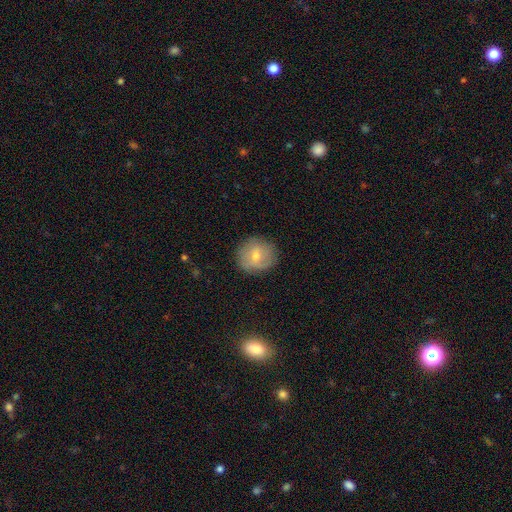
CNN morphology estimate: A smooth galaxy with no disk features (58%) that is round (85%).

Vote fractions:
- Smooth or featured? smooth: 58% / featured or disk: 32% / star or artifact: 11%
- How rounded? round: 85% / in between: 14% / cigar-shaped: 1%
- Merging? none: 82% / minor disturbance: 13% / major disturbance: 4% / merger: 1%